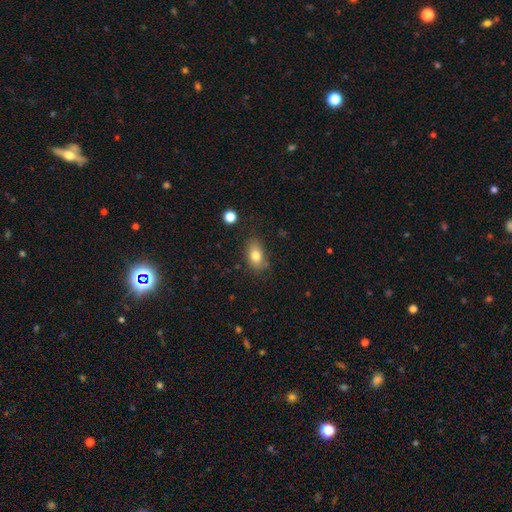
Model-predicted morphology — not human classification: Smooth or featured: smooth — 81% (featured or disk — 10%)
How rounded: in between — 85% (round — 13%)
Merging: none — 75% (minor disturbance — 18%)